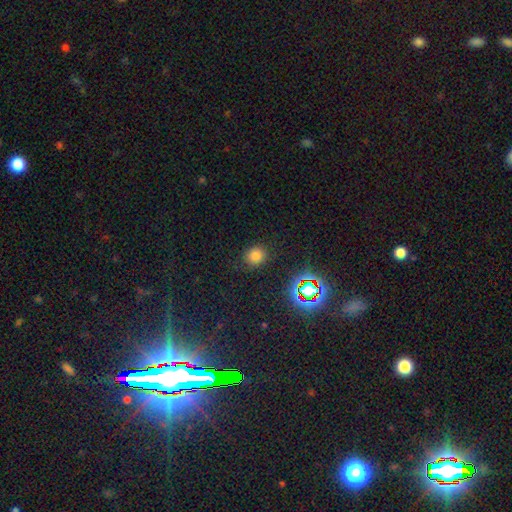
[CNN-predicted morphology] A smooth galaxy with no disk features (73%) that is round (75%).

Vote fractions:
- Smooth or featured? smooth: 73% / star or artifact: 21% / featured or disk: 7%
- How rounded? round: 75% / in between: 23% / cigar-shaped: 1%
- Merging? none: 84% / minor disturbance: 11% / major disturbance: 4% / merger: 1%